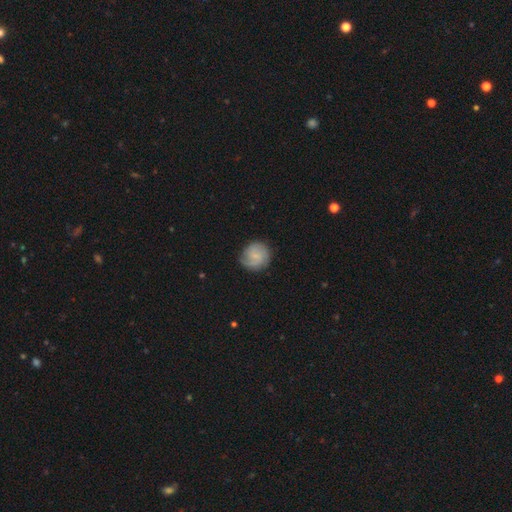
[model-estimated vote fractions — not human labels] Smooth or featured? Predicted: featured or disk (p=0.56). Edge-on disk? Predicted: no (p=0.98). Bar? Predicted: no (p=0.54). Spiral arms? Predicted: yes (p=0.93). Spiral winding? Predicted: tight (p=0.45). Spiral arm count? Predicted: 2 (p=0.48). Bulge size? Predicted: small (p=0.53). Merging? Predicted: none (p=0.78).